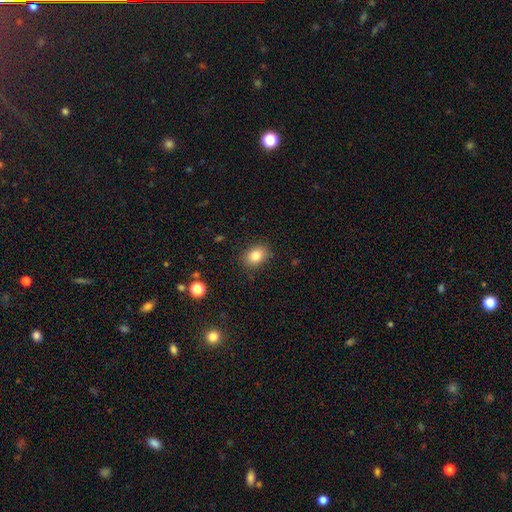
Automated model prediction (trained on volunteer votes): Q: Smooth or featured?
A: smooth (83%); runner-up: star or artifact (10%)
Q: How rounded?
A: in between (63%); runner-up: round (36%)
Q: Merging?
A: none (86%); runner-up: minor disturbance (10%)